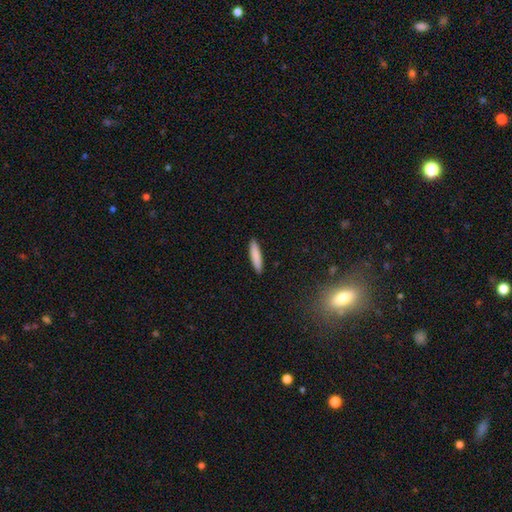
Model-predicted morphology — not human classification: Smooth or featured: smooth — 86% (featured or disk — 9%)
How rounded: cigar-shaped — 82% (in between — 17%)
Merging: none — 91% (minor disturbance — 6%)